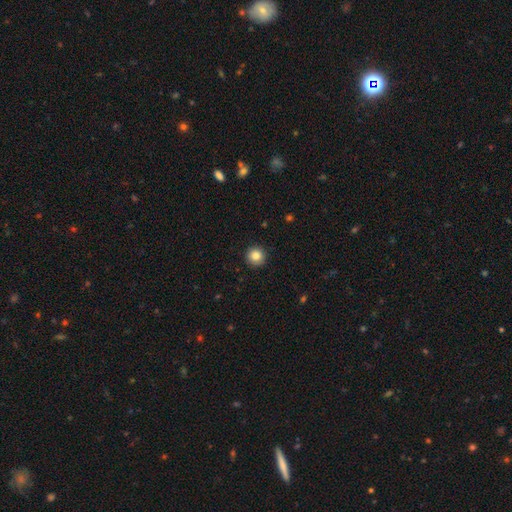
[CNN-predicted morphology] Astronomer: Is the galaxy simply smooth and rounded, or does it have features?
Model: smooth — 84%.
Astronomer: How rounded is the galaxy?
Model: round — 95%.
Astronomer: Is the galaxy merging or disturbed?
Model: none — 92%.